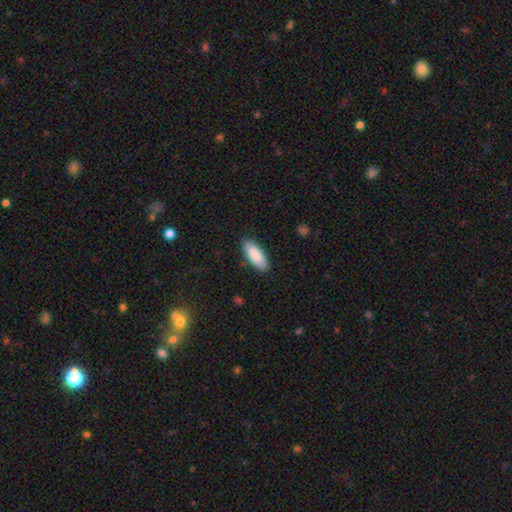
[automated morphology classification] This appears to be a smooth galaxy with no disk features (87%) that is in between round and cigar-shaped (78%). Merging: none (86%).